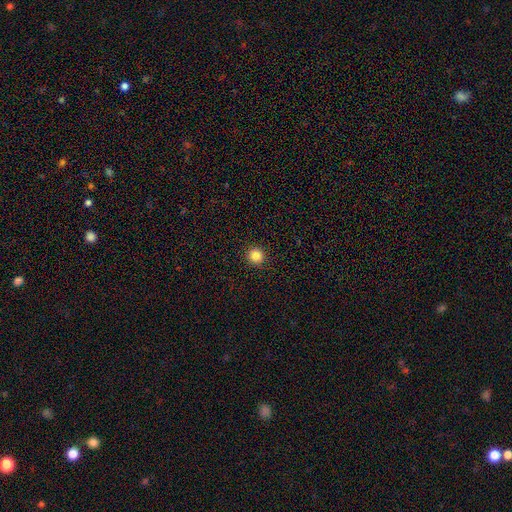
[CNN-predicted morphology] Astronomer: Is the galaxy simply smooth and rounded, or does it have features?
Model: smooth — 85%.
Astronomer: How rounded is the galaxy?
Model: round — 95%.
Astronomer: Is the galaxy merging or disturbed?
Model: none — 93%.